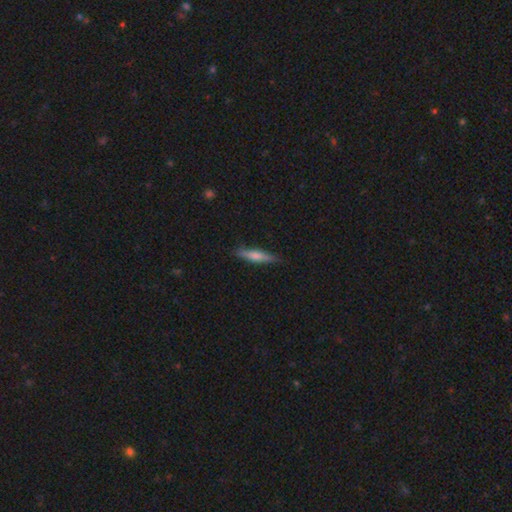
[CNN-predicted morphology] Q: Smooth or featured?
A: smooth (58%); runner-up: featured or disk (36%)
Q: How rounded?
A: cigar-shaped (85%); runner-up: in between (13%)
Q: Merging?
A: none (87%); runner-up: minor disturbance (10%)